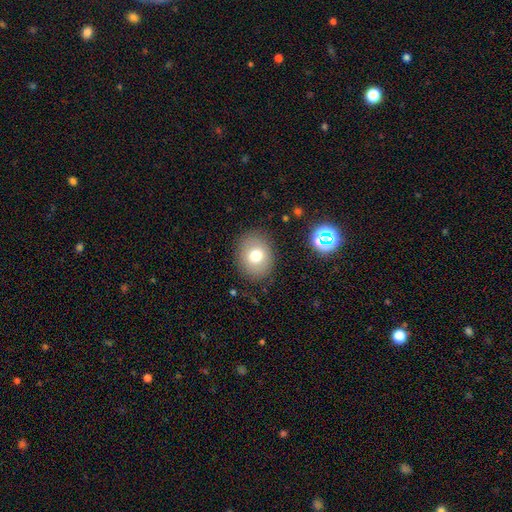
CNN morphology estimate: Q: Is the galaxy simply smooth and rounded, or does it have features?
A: smooth — 73%.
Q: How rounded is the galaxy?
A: round — 52%.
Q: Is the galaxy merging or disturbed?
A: none — 85%.